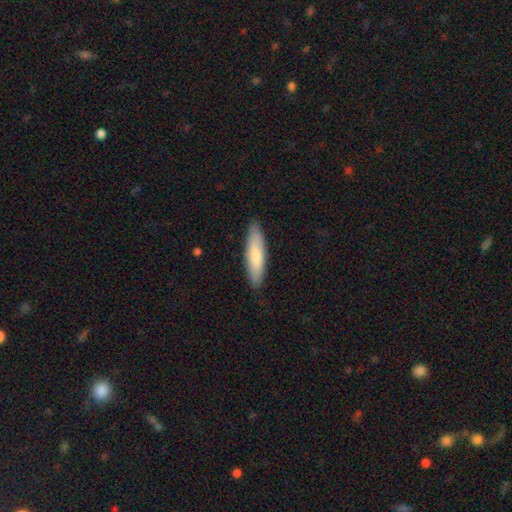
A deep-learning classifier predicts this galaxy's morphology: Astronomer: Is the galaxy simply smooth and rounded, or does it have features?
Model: smooth — 75%.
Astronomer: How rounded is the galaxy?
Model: cigar-shaped — 71%.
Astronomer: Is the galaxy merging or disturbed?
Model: none — 89%.